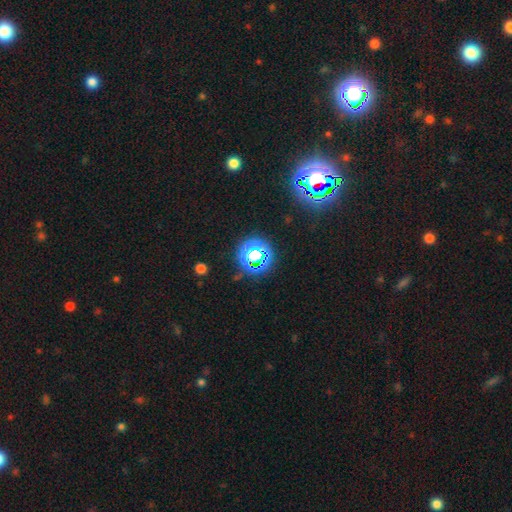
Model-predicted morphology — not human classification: This is likely a star or artifact rather than a galaxy (73%).